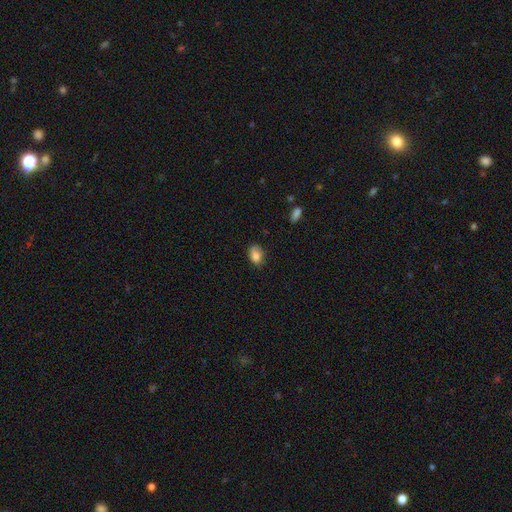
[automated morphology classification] The model was most divided on "merging": none: 63%, minor disturbance: 29%, major disturbance: 6%, merger: 2%. More confident: smooth or featured — smooth (83%); how rounded — in between (80%).